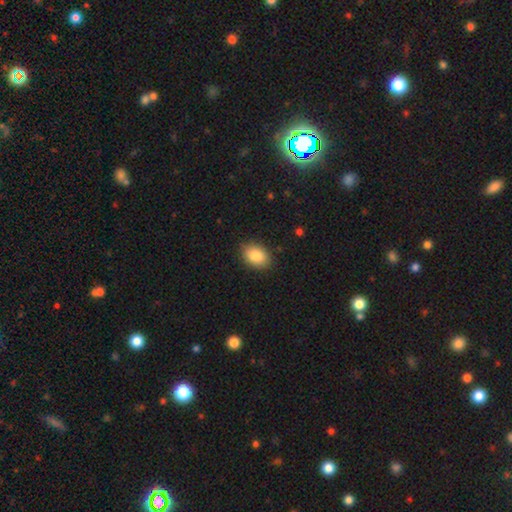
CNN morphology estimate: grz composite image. It shows a smooth galaxy with no disk features (87%) that is in between round and cigar-shaped (81%). Merging: none (85%).